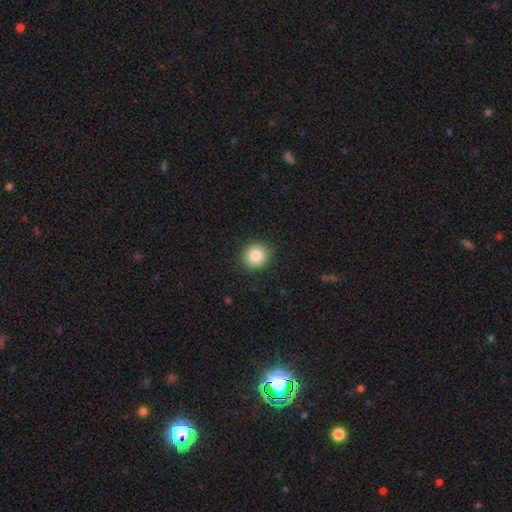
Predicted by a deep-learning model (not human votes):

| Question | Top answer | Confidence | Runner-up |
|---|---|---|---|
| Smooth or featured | smooth | 84% | star or artifact (10%) |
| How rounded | round | 91% | in between (8%) |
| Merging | none | 87% | minor disturbance (9%) |